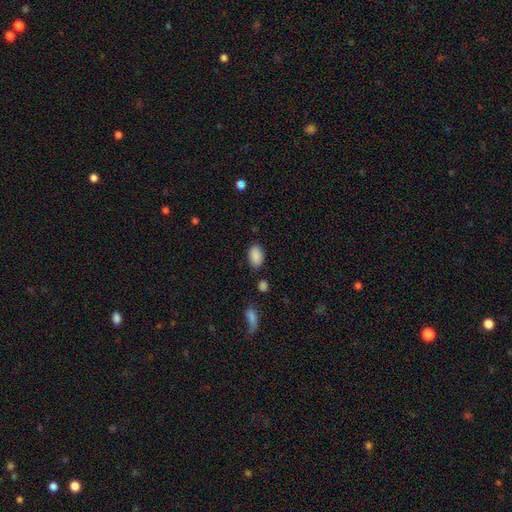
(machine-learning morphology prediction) type=smooth (89%); roundness=in between (92%); merging=none (80%).